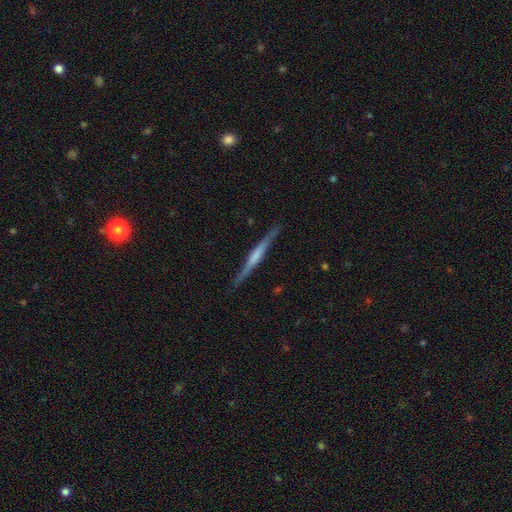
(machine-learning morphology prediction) The model was most divided on "edge-on bulge": rounded: 40%, boxy: 31%, none: 28%. More confident: edge-on disk — yes (98%); merging — none (89%); smooth or featured — featured or disk (69%).